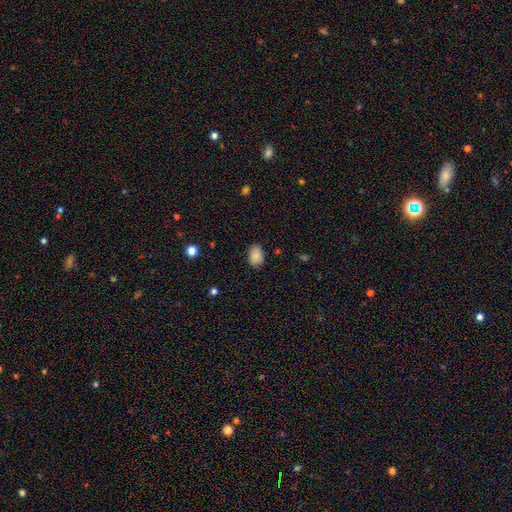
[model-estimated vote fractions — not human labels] A smooth galaxy with no disk features (88%) that is in between round and cigar-shaped (76%).

Vote fractions:
- Smooth or featured? smooth: 88% / star or artifact: 8% / featured or disk: 4%
- How rounded? in between: 76% / round: 23% / cigar-shaped: 1%
- Merging? none: 83% / minor disturbance: 13% / major disturbance: 3% / merger: 1%